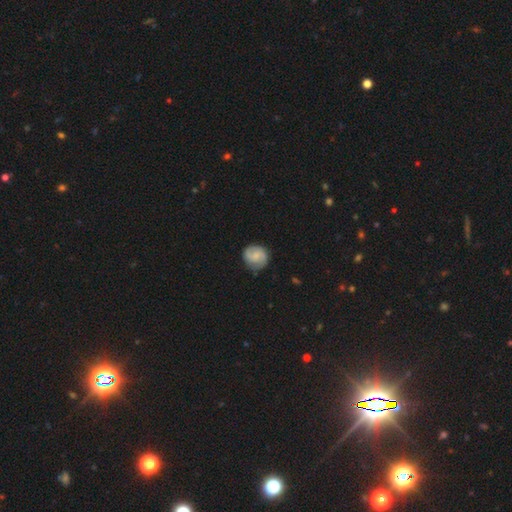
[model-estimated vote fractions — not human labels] Overall: featured or disk (50%; smooth 43%). Merging: none (78%).